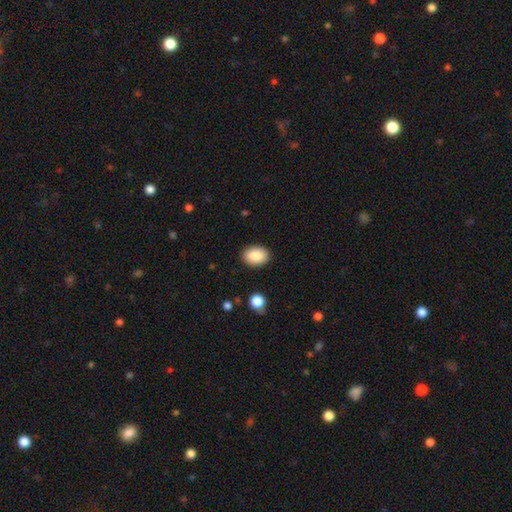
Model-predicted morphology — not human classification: type=smooth (88%); roundness=in between (77%); merging=none (89%).